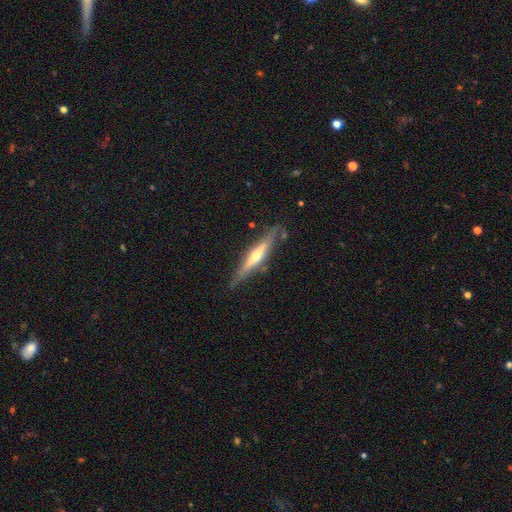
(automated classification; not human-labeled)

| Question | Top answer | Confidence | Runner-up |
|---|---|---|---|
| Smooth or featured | featured or disk | 68% | smooth (26%) |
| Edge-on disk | yes | 95% | no (5%) |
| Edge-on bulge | rounded | 74% | none (16%) |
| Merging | none | 80% | minor disturbance (15%) |